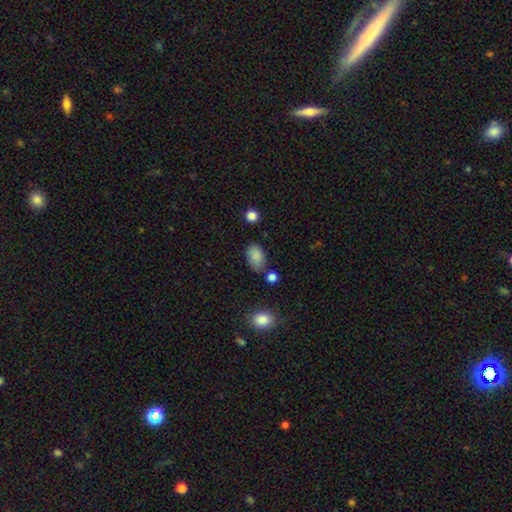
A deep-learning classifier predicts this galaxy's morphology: smooth-or-featured: smooth: 86% | star or artifact: 9% | featured or disk: 6%
  how-rounded: in between: 88% | round: 11% | cigar-shaped: 1%
  merging: none: 67% | minor disturbance: 22% | major disturbance: 5% | merger: 5%